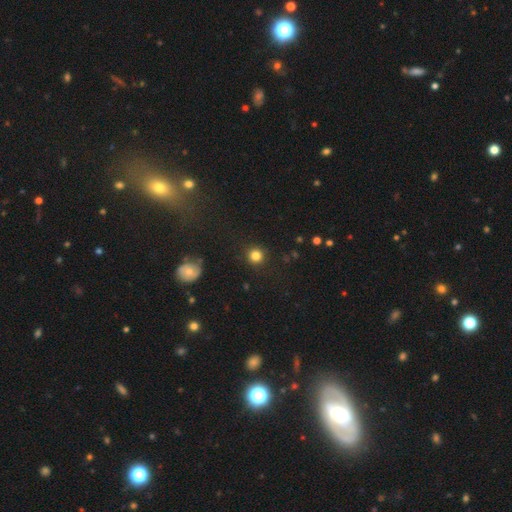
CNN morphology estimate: Smooth or featured?
  - smooth: 83% *
  - star or artifact: 12%
  - featured or disk: 5%
How rounded?
  - round: 94% *
  - in between: 5%
  - cigar-shaped: 1%
Merging?
  - none: 90% *
  - minor disturbance: 6%
  - major disturbance: 3%
  - merger: 1%